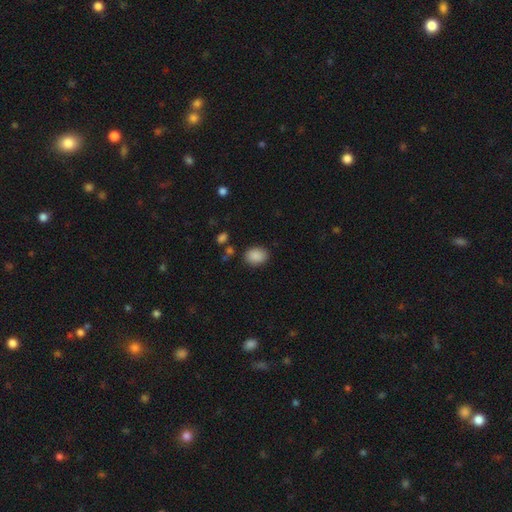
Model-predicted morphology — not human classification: smooth-or-featured: smooth: 88% | star or artifact: 8% | featured or disk: 3%
  how-rounded: in between: 67% | round: 32% | cigar-shaped: 1%
  merging: none: 83% | minor disturbance: 11% | major disturbance: 3% | merger: 2%